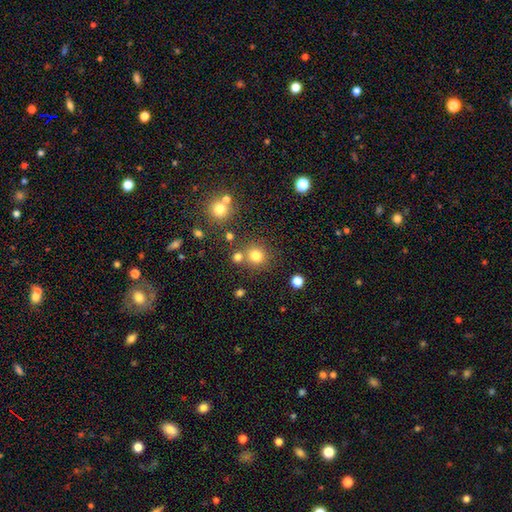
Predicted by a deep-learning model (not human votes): A smooth galaxy with no disk features (79%) that is round (90%). Merging: none (74%).